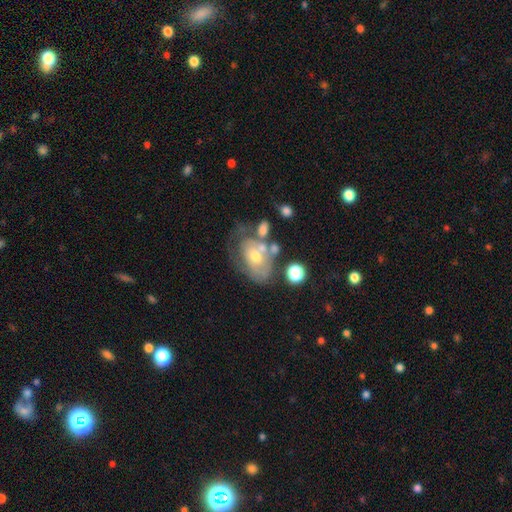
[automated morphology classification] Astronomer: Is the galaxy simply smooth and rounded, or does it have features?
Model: featured or disk — 59%.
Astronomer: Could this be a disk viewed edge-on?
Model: no — 94%.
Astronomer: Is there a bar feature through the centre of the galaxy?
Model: no — 77%.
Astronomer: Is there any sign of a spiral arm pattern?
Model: no — 54% (runner-up: yes, 46%).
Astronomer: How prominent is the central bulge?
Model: moderate — 57% (runner-up: small, 36%).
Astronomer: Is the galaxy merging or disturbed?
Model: none — 33% (runner-up: major disturbance, 24%).